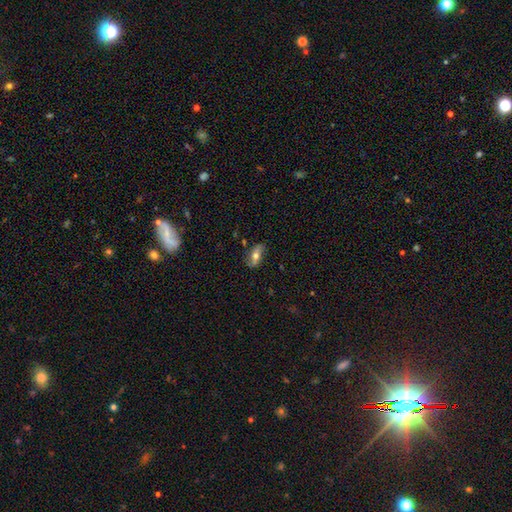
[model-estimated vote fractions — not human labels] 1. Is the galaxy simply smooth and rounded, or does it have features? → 47% featured or disk, 45% smooth, 8% star or artifact.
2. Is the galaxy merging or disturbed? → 75% none, 18% minor disturbance, 5% major disturbance, 2% merger.